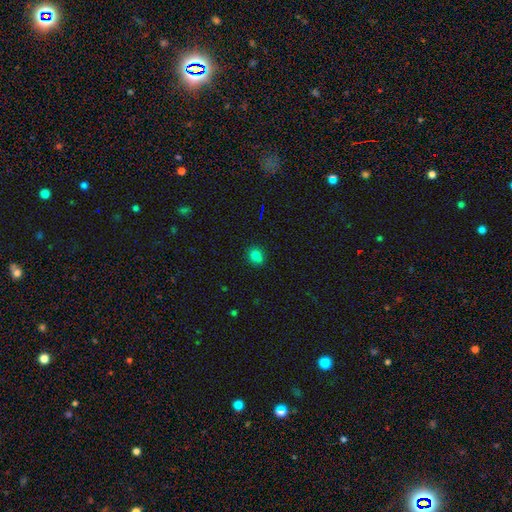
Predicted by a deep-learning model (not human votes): smooth_or_featured: smooth (p=0.76) [alt: star or artifact p=0.17]
how_rounded: round (p=0.66) [alt: in between p=0.33]
merging: none (p=0.79) [alt: minor disturbance p=0.13]